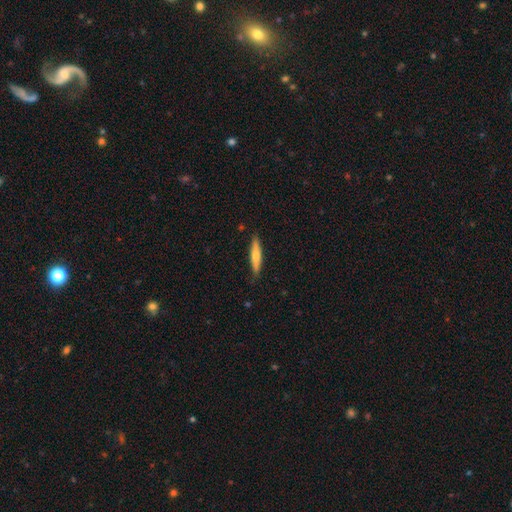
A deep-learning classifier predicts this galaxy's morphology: Smooth or featured? smooth (59%)
How rounded? cigar-shaped (86%)
Merging? none (87%)